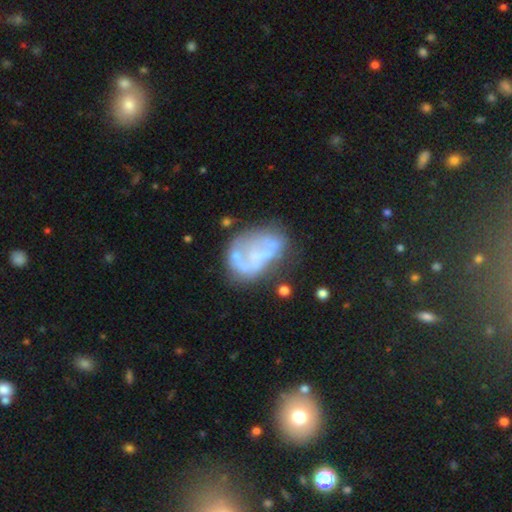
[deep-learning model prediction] smooth_or_featured: featured or disk (p=0.58) [alt: smooth p=0.30]
disk_edge_on: no (p=0.97) [alt: yes p=0.03]
bar: no (p=0.84) [alt: weak p=0.11]
has_spiral_arms: no (p=0.80) [alt: yes p=0.20]
bulge_size: none (p=0.71) [alt: small p=0.15]
merging: none (p=0.39) [alt: major disturbance p=0.25]